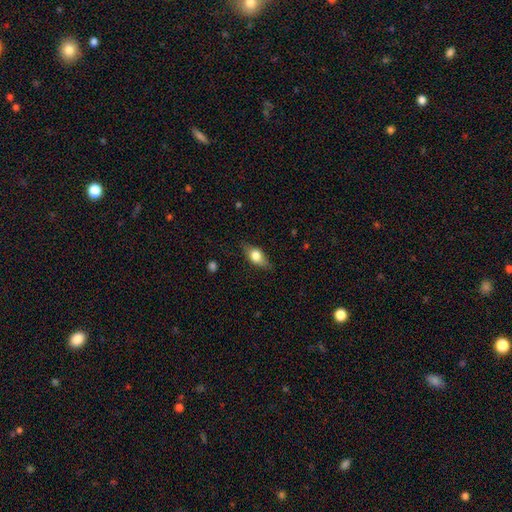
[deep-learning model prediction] This appears to be a smooth galaxy with no disk features (63%) that is in between round and cigar-shaped (76%). Merging: none (76%).